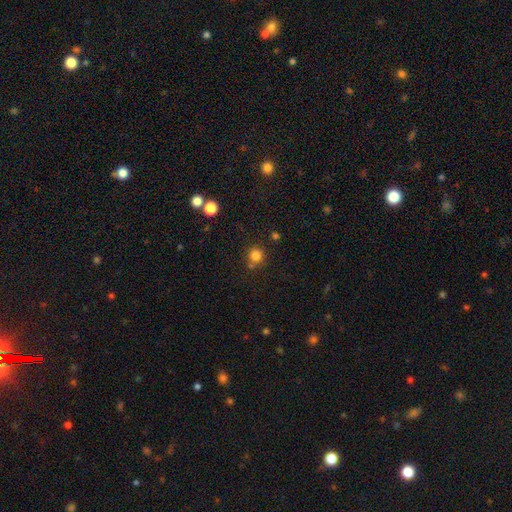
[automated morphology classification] The model was most divided on "merging": none: 74%, merger: 13%, minor disturbance: 10%, major disturbance: 4%. More confident: how rounded — round (91%); smooth or featured — smooth (81%).